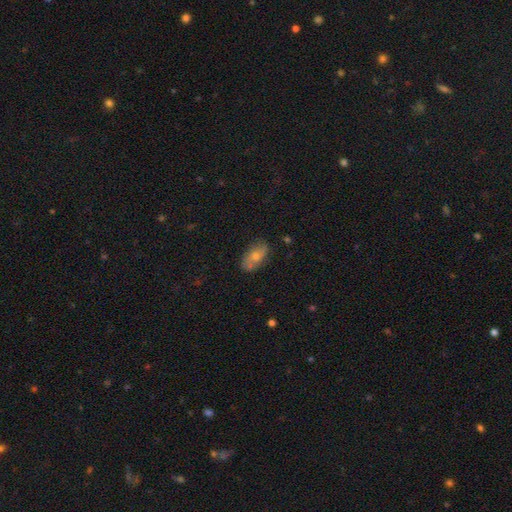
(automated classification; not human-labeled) smooth_or_featured: smooth (p=0.58) [alt: featured or disk p=0.32]
how_rounded: in between (p=0.88) [alt: cigar-shaped p=0.07]
merging: none (p=0.75) [alt: minor disturbance p=0.19]